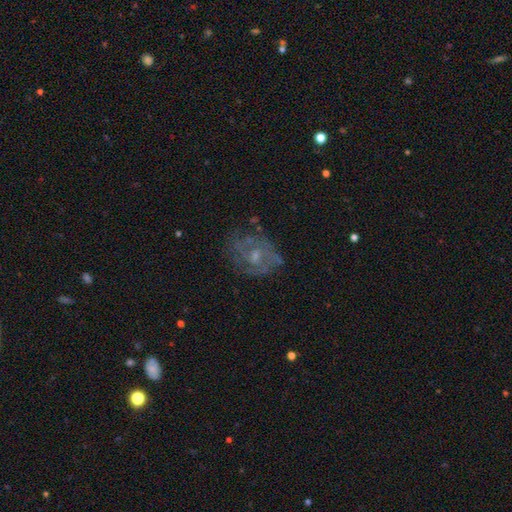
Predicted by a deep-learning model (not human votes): smooth_or_featured: featured or disk (p=0.70) [alt: smooth p=0.20]
disk_edge_on: no (p=0.97) [alt: yes p=0.03]
bar: no (p=0.66) [alt: weak p=0.30]
has_spiral_arms: yes (p=0.67) [alt: no p=0.33]
bulge_size: small (p=0.49) [alt: moderate p=0.40]
merging: none (p=0.62) [alt: minor disturbance p=0.21]